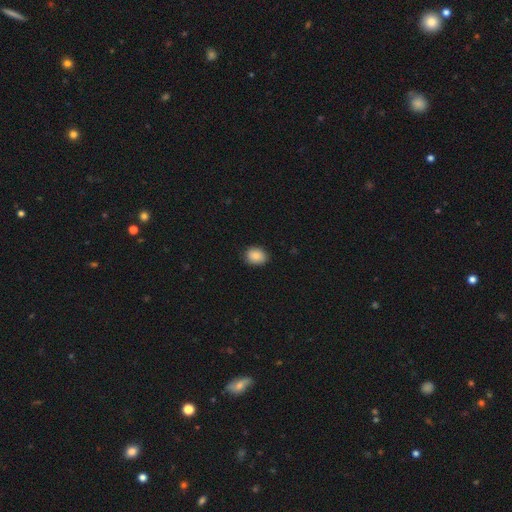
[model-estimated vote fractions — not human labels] Overall: smooth (88%). How rounded: in between (60%; round 39%). Merging: none (85%).